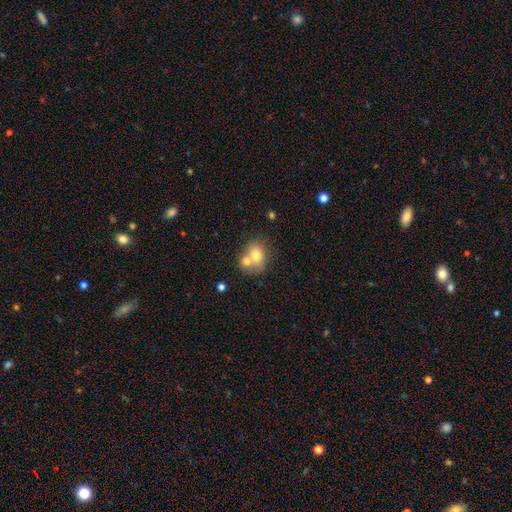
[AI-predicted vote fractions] smooth-or-featured: smooth: 71% | featured or disk: 19% | star or artifact: 10%
  how-rounded: round: 64% | in between: 35% | cigar-shaped: 1%
  merging: merger: 54% | none: 35% | minor disturbance: 9% | major disturbance: 3%